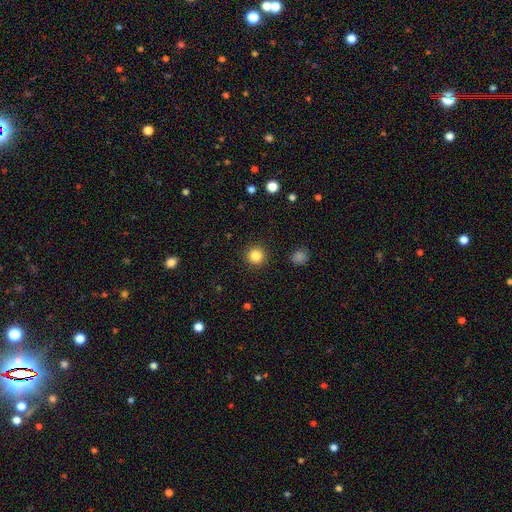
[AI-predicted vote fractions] A smooth galaxy with no disk features (84%) that is round (95%). Merging: none (92%).